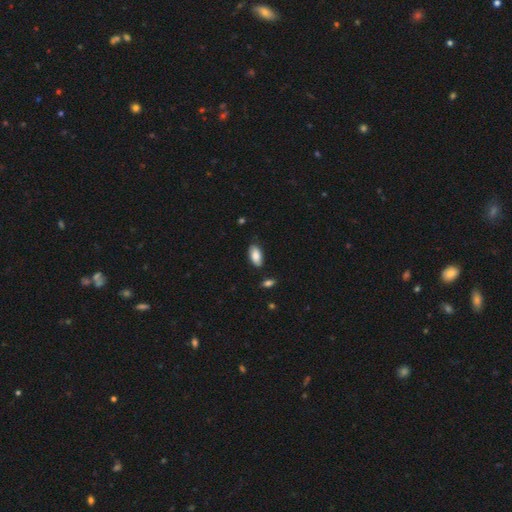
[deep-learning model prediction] This appears to be a smooth galaxy with no disk features (86%) that is in between round and cigar-shaped (93%). Merging: none (82%).